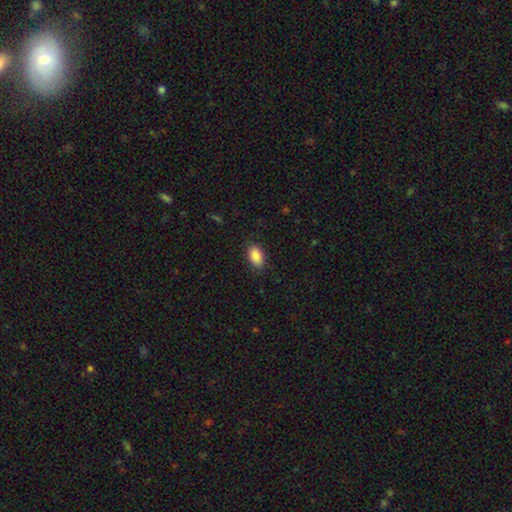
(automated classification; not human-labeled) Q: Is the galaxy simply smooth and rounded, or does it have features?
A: smooth — 89%.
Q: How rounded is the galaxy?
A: in between — 93%.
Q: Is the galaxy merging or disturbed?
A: none — 86%.